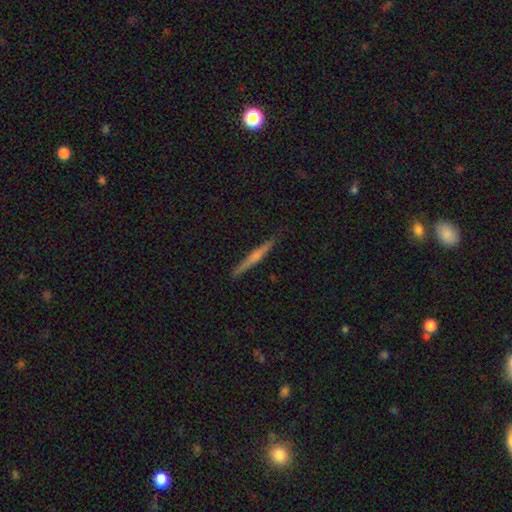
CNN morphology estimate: Smooth or featured?
  - featured or disk: 65% *
  - smooth: 25%
  - star or artifact: 10%
Edge-on disk?
  - yes: 97% *
  - no: 3%
Edge-on bulge?
  - rounded: 65% *
  - none: 26%
  - boxy: 9%
Merging?
  - none: 89% *
  - minor disturbance: 8%
  - major disturbance: 2%
  - merger: 1%